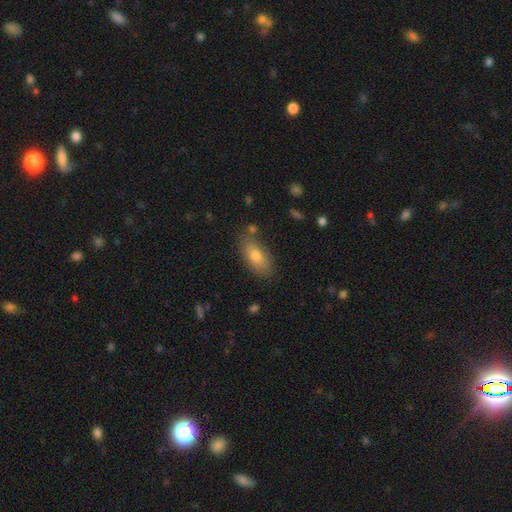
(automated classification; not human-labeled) This appears to be a smooth galaxy with no disk features (76%) that is in between round and cigar-shaped (87%). Merging: none (78%).